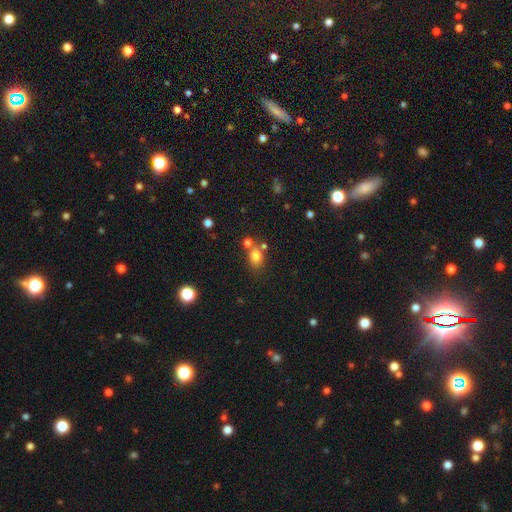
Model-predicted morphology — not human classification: Overall: smooth (78%). How rounded: in between (57%; round 42%). Merging: none (58%; merger 25%).